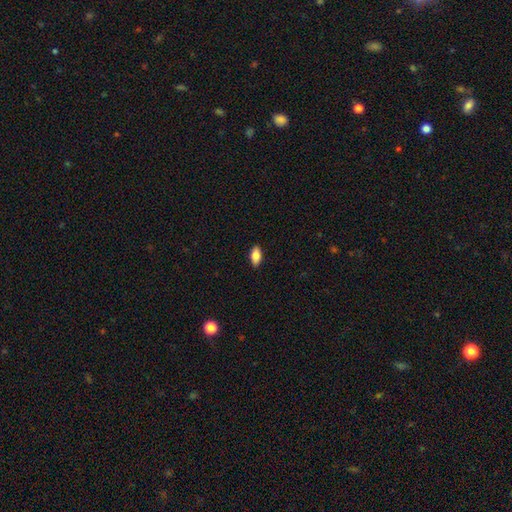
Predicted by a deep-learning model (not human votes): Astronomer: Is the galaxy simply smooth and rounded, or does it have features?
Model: smooth — 78%.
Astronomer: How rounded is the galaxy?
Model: in between — 88%.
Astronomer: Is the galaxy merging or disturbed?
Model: none — 89%.